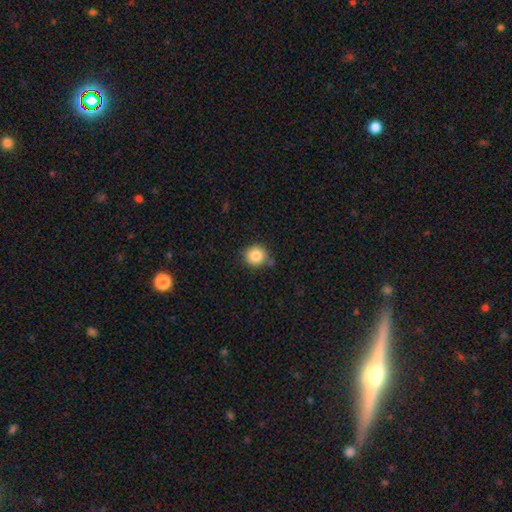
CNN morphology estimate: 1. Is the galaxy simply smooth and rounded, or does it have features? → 85% smooth, 10% star or artifact, 5% featured or disk.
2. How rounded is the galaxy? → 91% round, 8% in between, 1% cigar-shaped.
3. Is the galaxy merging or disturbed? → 78% none, 13% minor disturbance, 6% merger, 3% major disturbance.